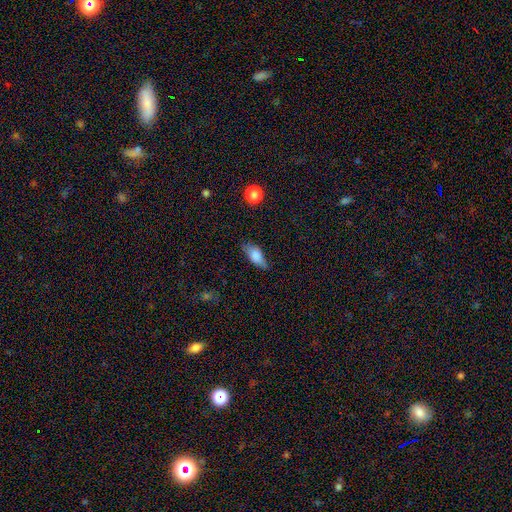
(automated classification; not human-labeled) Morphology: type=smooth (76%); roundness=in between (83%); merging=none (65%).